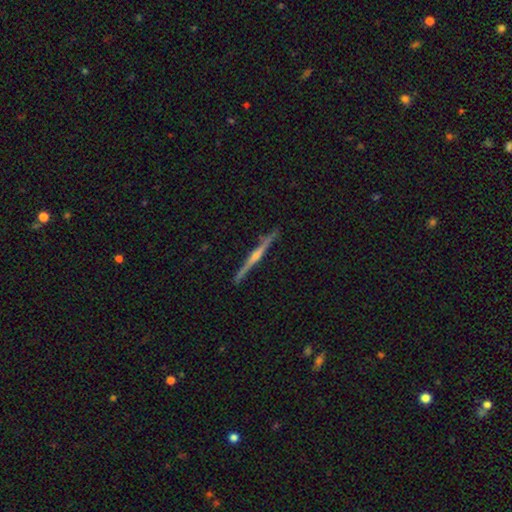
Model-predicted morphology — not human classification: Overall: featured or disk (80%). Edge-on disk: yes (98%). Edge-on bulge: rounded (82%). Merging: none (91%).